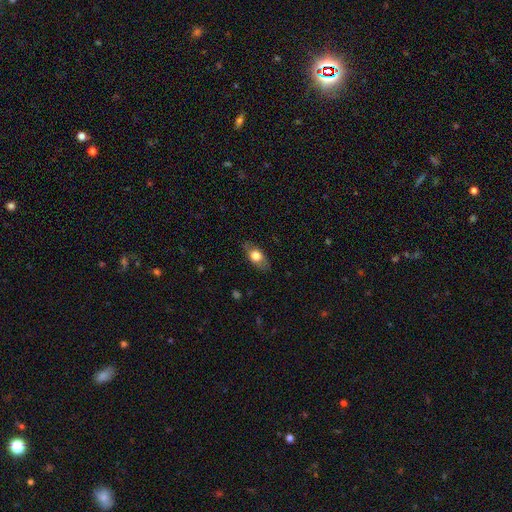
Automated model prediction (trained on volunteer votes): Morphology: type=smooth (70%); roundness=in between (84%); merging=none (77%).